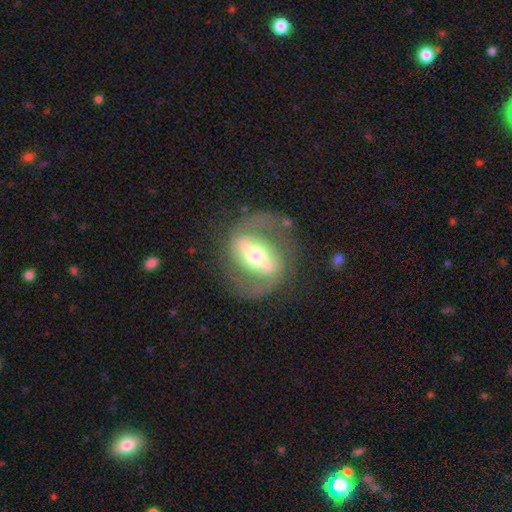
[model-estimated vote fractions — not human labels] featured or disk 84%, smooth 11%, star or artifact 5%. Down the decision tree: edge-on disk — no (92%); bar — strong (71%); spiral arms — yes (81%); spiral arm count — 2 (90%); spiral winding — medium (51%); bulge size — moderate (63%); merging — none (75%).